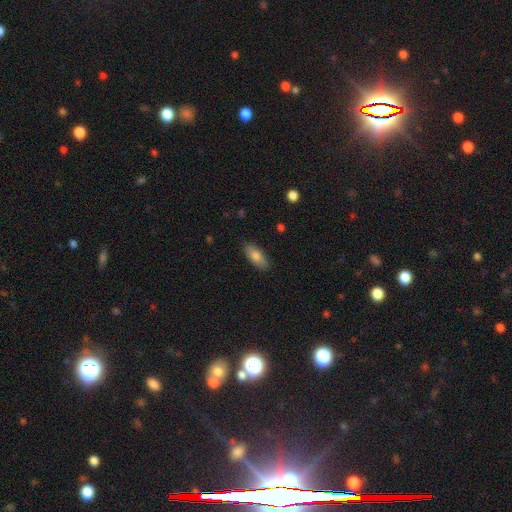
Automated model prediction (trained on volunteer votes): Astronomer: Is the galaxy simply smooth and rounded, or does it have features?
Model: smooth — 79%.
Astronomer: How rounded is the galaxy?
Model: in between — 83%.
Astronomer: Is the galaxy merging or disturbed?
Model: none — 87%.